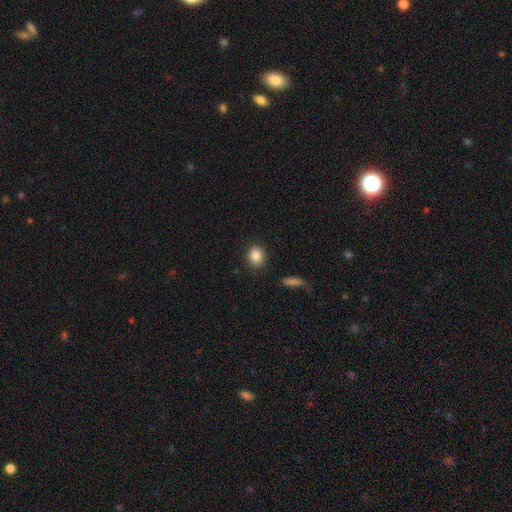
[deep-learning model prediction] This is clearly a smooth galaxy (87%). How rounded: likely round (65%). Merging: clearly none (88%).